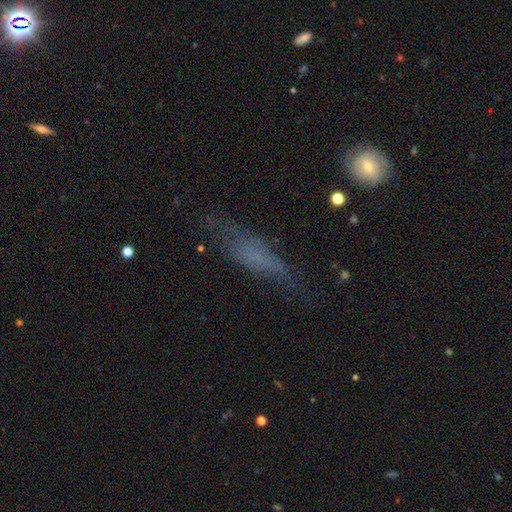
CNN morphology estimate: Q: Smooth or featured?
A: smooth (48%); runner-up: featured or disk (37%)
Q: Merging?
A: none (56%); runner-up: minor disturbance (26%)